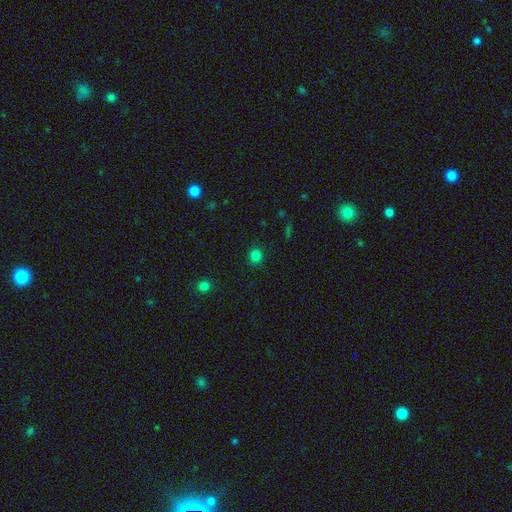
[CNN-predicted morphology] type=smooth (81%); roundness=round (84%); merging=none (90%).